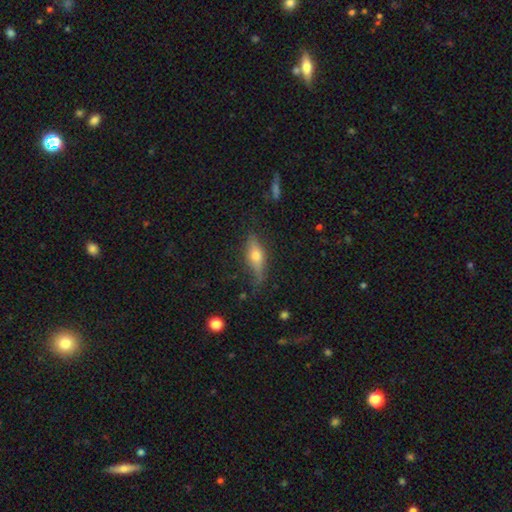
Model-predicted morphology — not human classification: This is possibly a featured or disk galaxy (47%). Merging: likely none (70%).